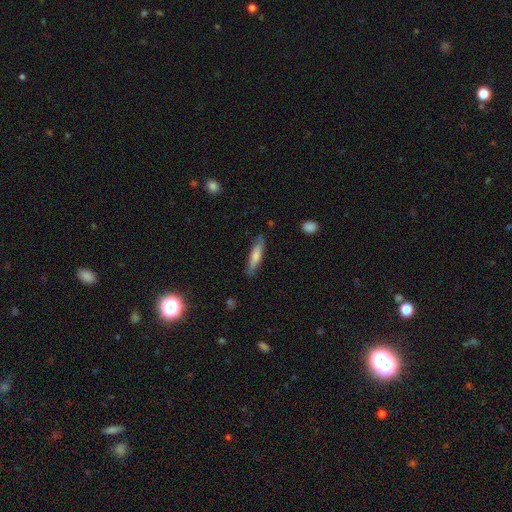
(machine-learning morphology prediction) This is likely a smooth galaxy (71%). How rounded: clearly cigar-shaped (81%). Merging: clearly none (83%).